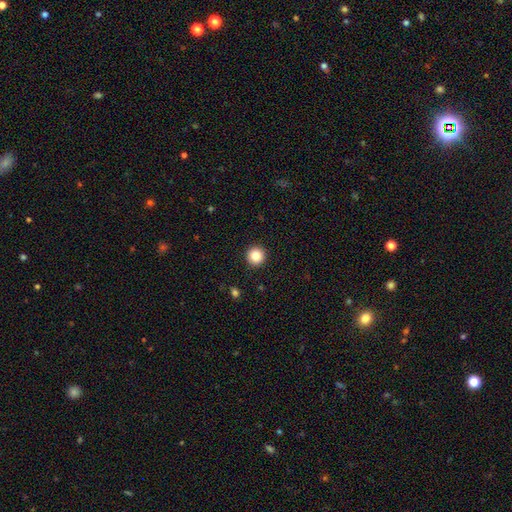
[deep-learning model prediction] Overall: smooth (85%). How rounded: round (96%). Merging: none (93%).